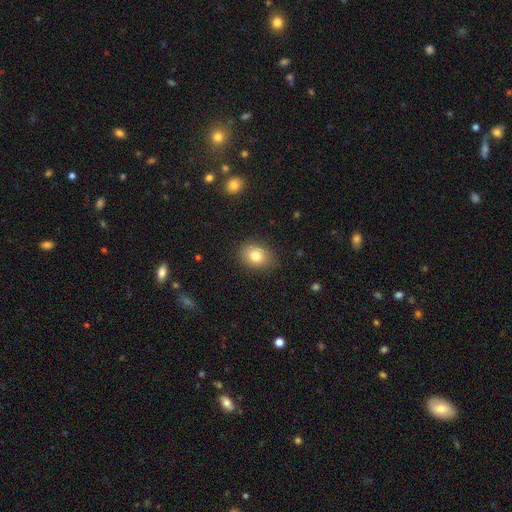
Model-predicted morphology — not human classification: smooth 80%, featured or disk 10%, star or artifact 10%. Down the decision tree: how rounded — in between (59%); merging — none (85%).